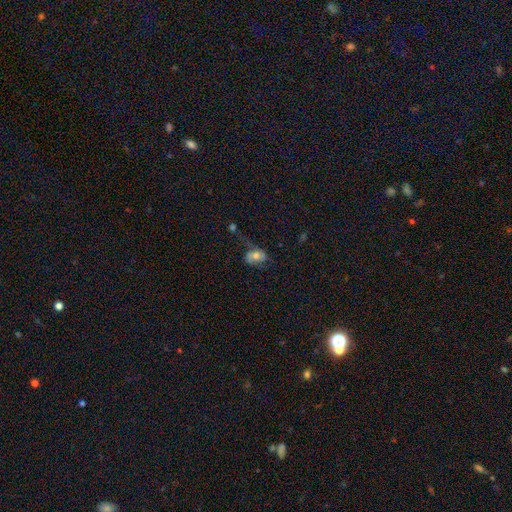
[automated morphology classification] Q: Smooth or featured?
A: smooth (48%); runner-up: featured or disk (43%)
Q: Merging?
A: none (38%); runner-up: major disturbance (31%)